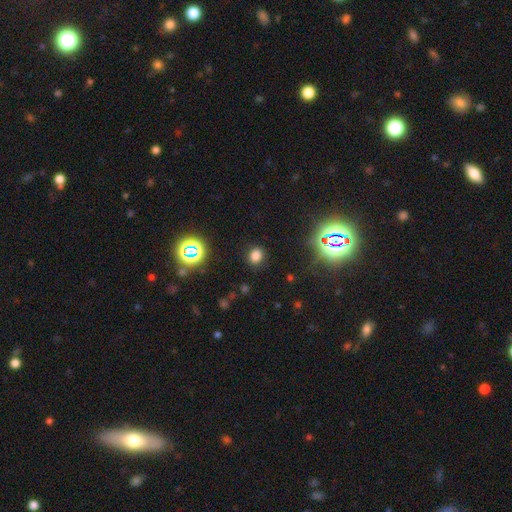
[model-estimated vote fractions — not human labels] smooth_or_featured: smooth (p=0.72) [alt: star or artifact p=0.22]
how_rounded: round (p=0.57) [alt: in between p=0.41]
merging: none (p=0.86) [alt: minor disturbance p=0.09]